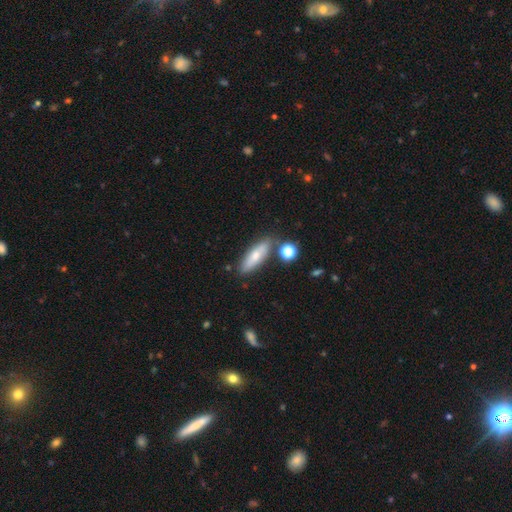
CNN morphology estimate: A smooth galaxy with no disk features (64%) that is cigar-shaped (52%). Merging: none (76%).